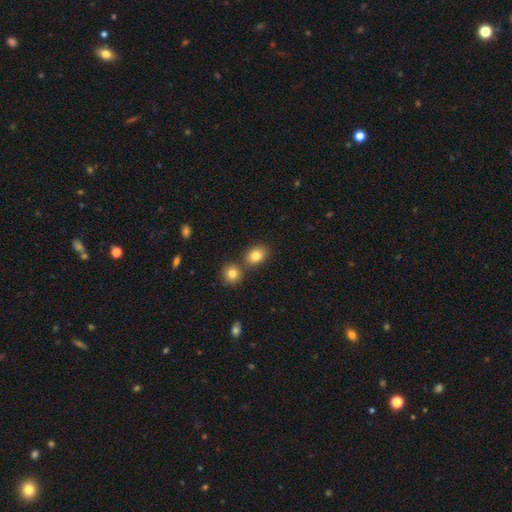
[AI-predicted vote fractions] Smooth or featured? Predicted: smooth (p=0.81). How rounded? Predicted: in between (p=0.58). Merging? Predicted: none (p=0.66).